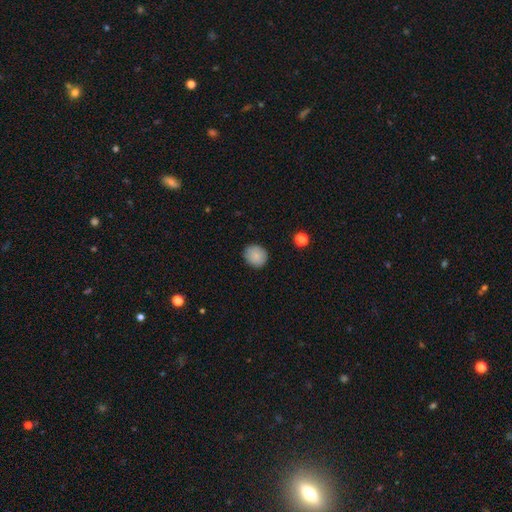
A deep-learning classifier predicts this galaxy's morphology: Q: Smooth or featured?
A: smooth (86%); runner-up: star or artifact (8%)
Q: How rounded?
A: round (81%); runner-up: in between (18%)
Q: Merging?
A: none (86%); runner-up: minor disturbance (11%)